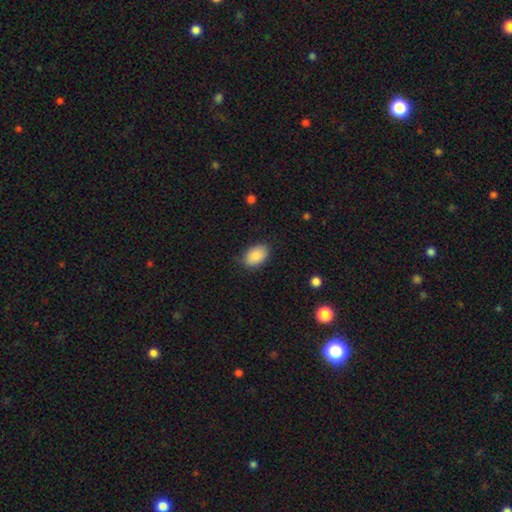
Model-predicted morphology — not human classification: Smooth or featured? Predicted: smooth (p=0.88). How rounded? Predicted: in between (p=0.90). Merging? Predicted: none (p=0.81).